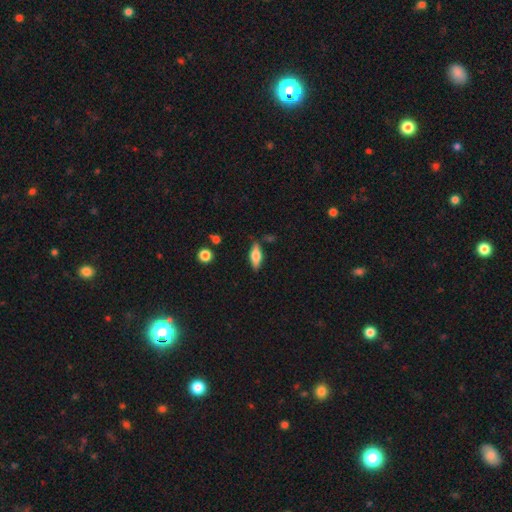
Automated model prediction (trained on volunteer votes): This is likely a smooth galaxy (60%). How rounded: likely in between (67%). Merging: likely none (78%).